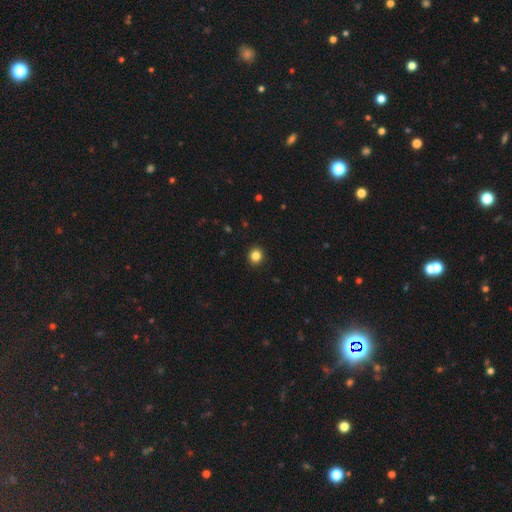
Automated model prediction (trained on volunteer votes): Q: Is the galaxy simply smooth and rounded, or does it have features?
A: smooth — 85%.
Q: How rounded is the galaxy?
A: round — 86%.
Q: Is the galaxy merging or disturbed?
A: none — 93%.